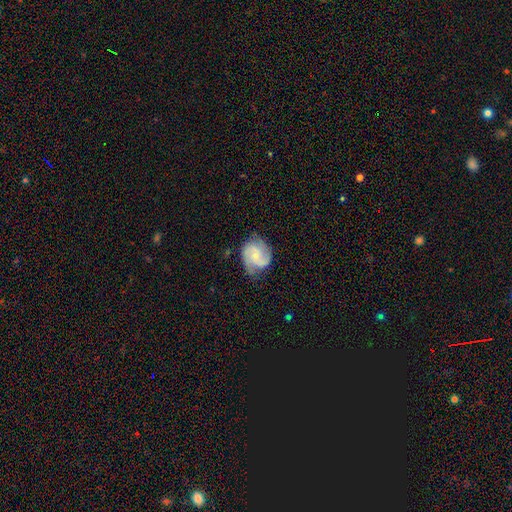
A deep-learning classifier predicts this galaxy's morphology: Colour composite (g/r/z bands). It shows a featured or disk galaxy (74%) with no bar (59%), 2 (66%) medium (48%) spiral arms (95%) and a small central bulge (68%). Merging: none (67%).